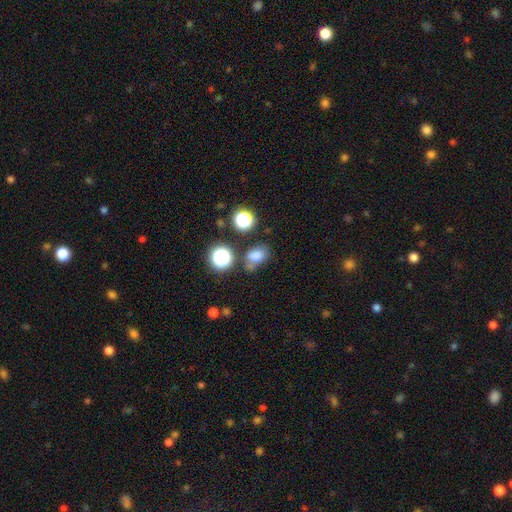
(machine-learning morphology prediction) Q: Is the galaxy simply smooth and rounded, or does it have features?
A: smooth — 73%.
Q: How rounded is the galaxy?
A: in between — 64%.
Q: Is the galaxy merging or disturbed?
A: none — 59%.